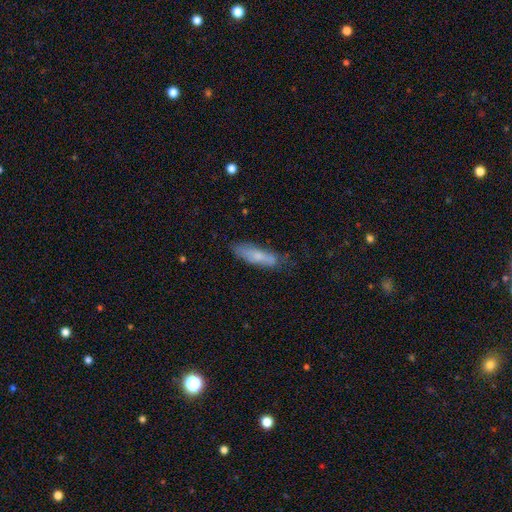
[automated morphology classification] This appears to be a smooth galaxy with no disk features (70%) that is cigar-shaped (65%). Merging: none (61%).